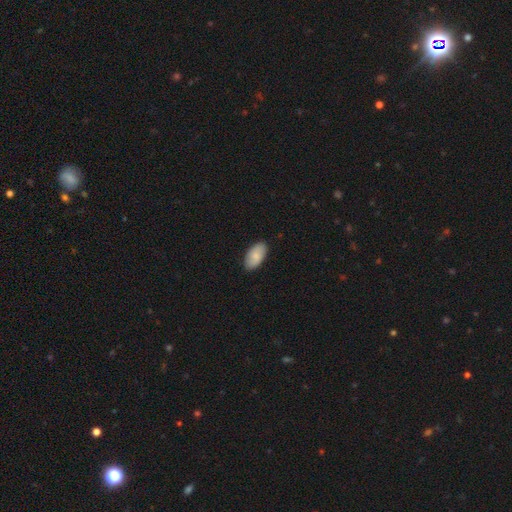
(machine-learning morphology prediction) type=smooth (83%); roundness=in between (95%); merging=none (87%).